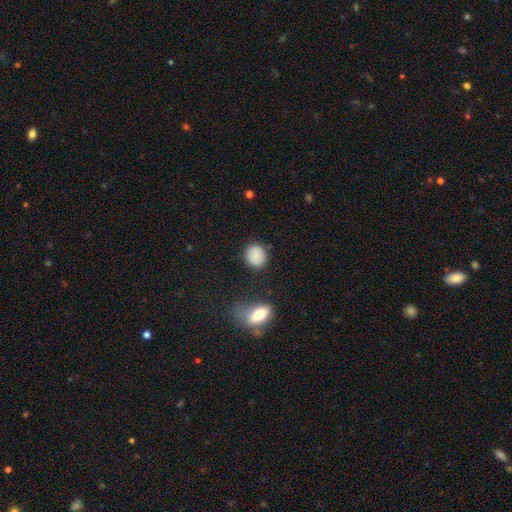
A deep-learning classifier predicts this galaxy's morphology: smooth-or-featured: smooth: 86% | star or artifact: 8% | featured or disk: 6%
  how-rounded: round: 78% | in between: 20% | cigar-shaped: 1%
  merging: none: 82% | minor disturbance: 11% | major disturbance: 3% | merger: 3%